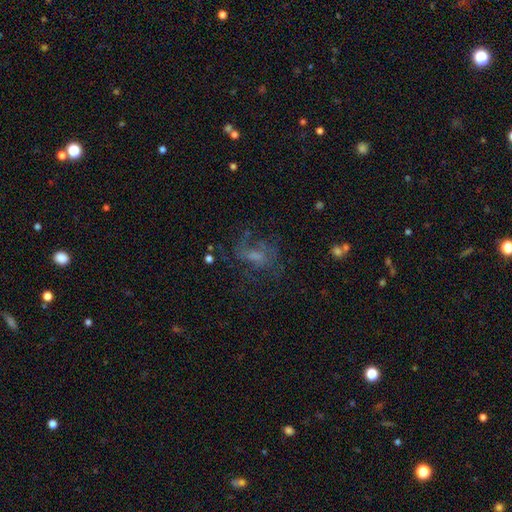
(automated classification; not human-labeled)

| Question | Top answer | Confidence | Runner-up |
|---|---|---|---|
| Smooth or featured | featured or disk | 52% | smooth (29%) |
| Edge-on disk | no | 96% | yes (4%) |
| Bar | no | 60% | weak (33%) |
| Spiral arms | yes | 53% | no (47%) |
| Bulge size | none | 35% | small (28%) |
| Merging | none | 46% | major disturbance (32%) |